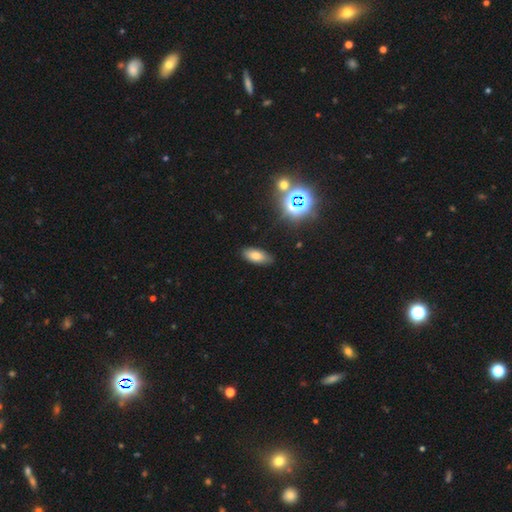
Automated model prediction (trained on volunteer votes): Smooth or featured: smooth — 74% (star or artifact — 15%)
How rounded: in between — 85% (cigar-shaped — 12%)
Merging: none — 84% (minor disturbance — 12%)